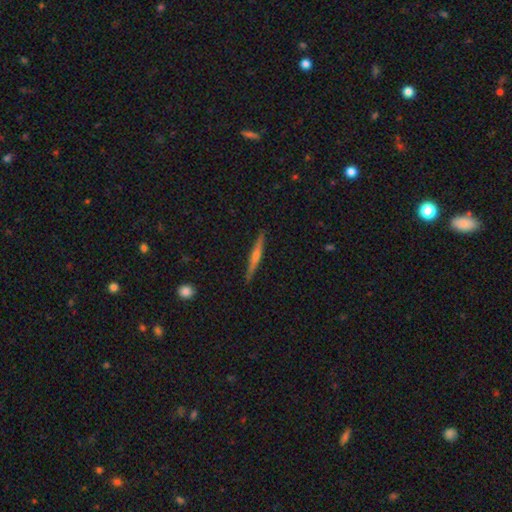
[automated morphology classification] Q: Smooth or featured?
A: featured or disk (67%); runner-up: smooth (24%)
Q: Edge-on disk?
A: yes (97%); runner-up: no (3%)
Q: Edge-on bulge?
A: rounded (80%); runner-up: none (14%)
Q: Merging?
A: none (90%); runner-up: minor disturbance (7%)